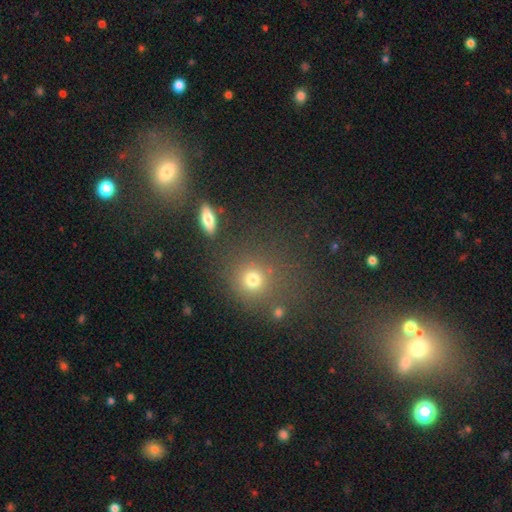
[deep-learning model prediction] Overall: smooth (57%; star or artifact 35%). How rounded: round (86%). Merging: none (73%).